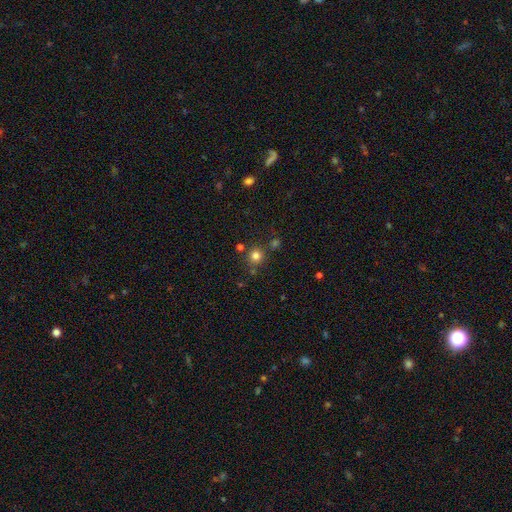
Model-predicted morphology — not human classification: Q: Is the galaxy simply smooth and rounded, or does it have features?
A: smooth — 78%.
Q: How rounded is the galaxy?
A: round — 93%.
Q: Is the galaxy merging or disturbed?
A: none — 81%.